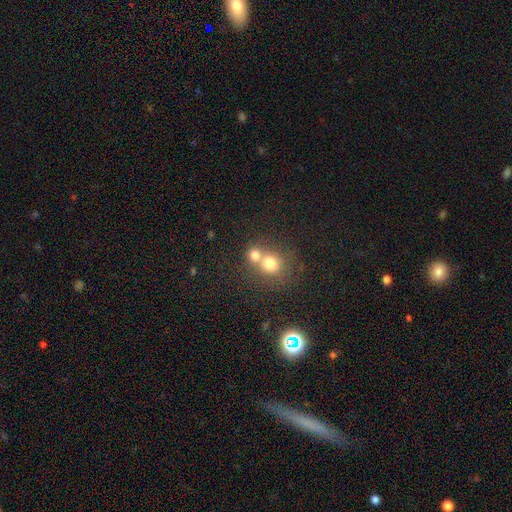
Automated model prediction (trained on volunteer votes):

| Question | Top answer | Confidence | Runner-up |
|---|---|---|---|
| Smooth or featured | smooth | 61% | star or artifact (25%) |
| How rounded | round | 83% | in between (15%) |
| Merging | none | 47% | merger (43%) |